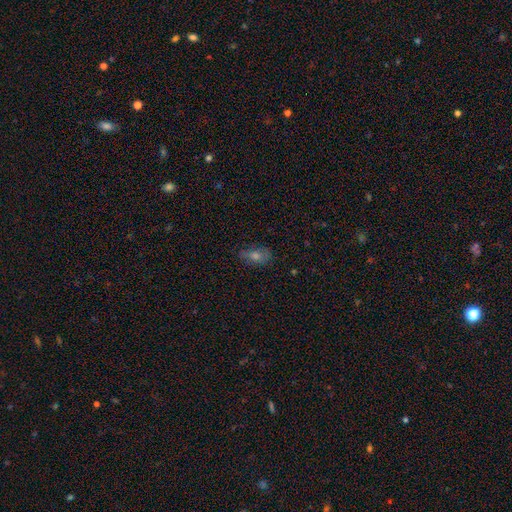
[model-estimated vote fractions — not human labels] Smooth or featured?
  - smooth: 51% *
  - featured or disk: 31%
  - star or artifact: 18%
How rounded?
  - in between: 79% *
  - round: 15%
  - cigar-shaped: 6%
Merging?
  - none: 74% *
  - minor disturbance: 19%
  - major disturbance: 5%
  - merger: 1%